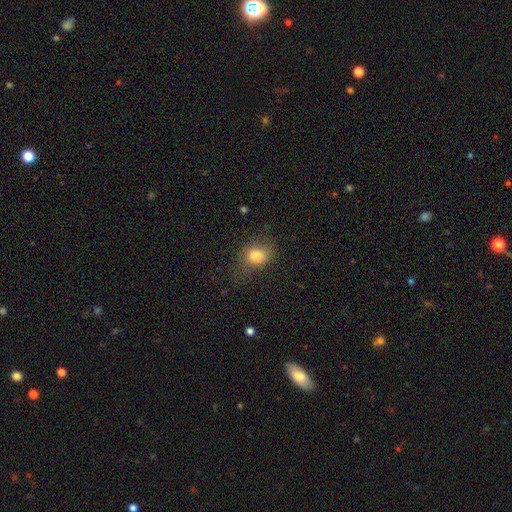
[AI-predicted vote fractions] smooth-or-featured: smooth: 80% | star or artifact: 10% | featured or disk: 9%
  how-rounded: in between: 64% | round: 35% | cigar-shaped: 2%
  merging: none: 57% | minor disturbance: 27% | major disturbance: 14% | merger: 2%